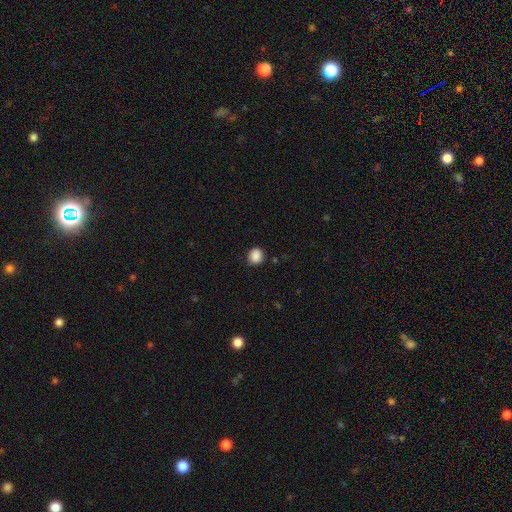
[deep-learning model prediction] The model was most divided on "how rounded": round: 73%, in between: 26%, cigar-shaped: 1%. More confident: smooth or featured — smooth (88%); merging — none (84%).